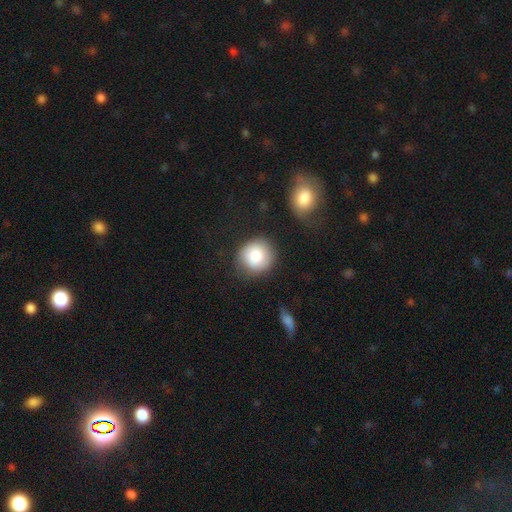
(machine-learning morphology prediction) smooth 85%, featured or disk 8%, star or artifact 7%. Down the decision tree: how rounded — round (88%); merging — none (78%).